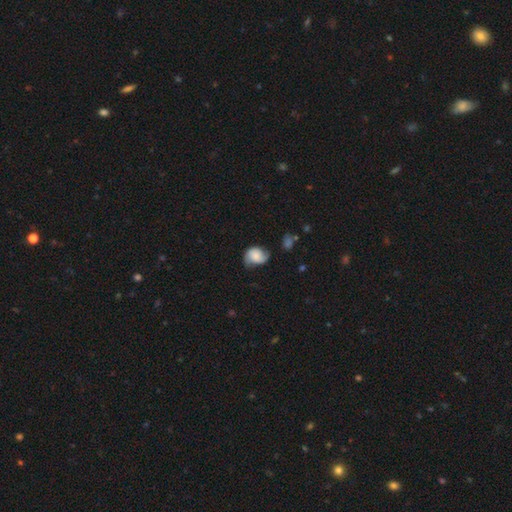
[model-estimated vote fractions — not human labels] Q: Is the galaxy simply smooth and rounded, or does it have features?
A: featured or disk — 53%.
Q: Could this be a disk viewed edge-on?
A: no — 97%.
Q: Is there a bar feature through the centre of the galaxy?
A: no — 67%.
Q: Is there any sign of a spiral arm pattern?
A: yes — 91%.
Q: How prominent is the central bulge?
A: none — 27%.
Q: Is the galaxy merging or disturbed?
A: none — 54%.